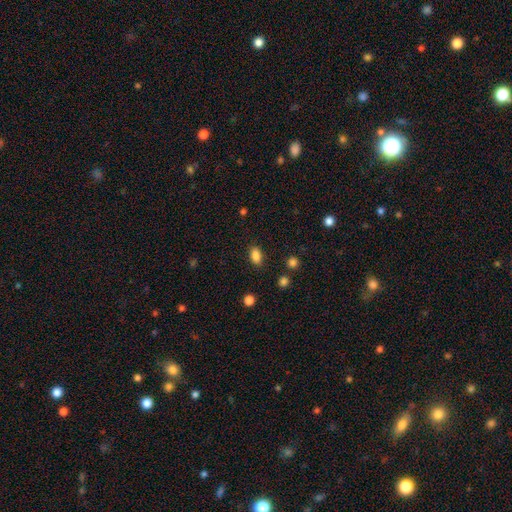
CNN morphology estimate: The model was most divided on "smooth or featured": smooth: 86%, star or artifact: 10%, featured or disk: 4%. More confident: how rounded — in between (88%); merging — none (86%).